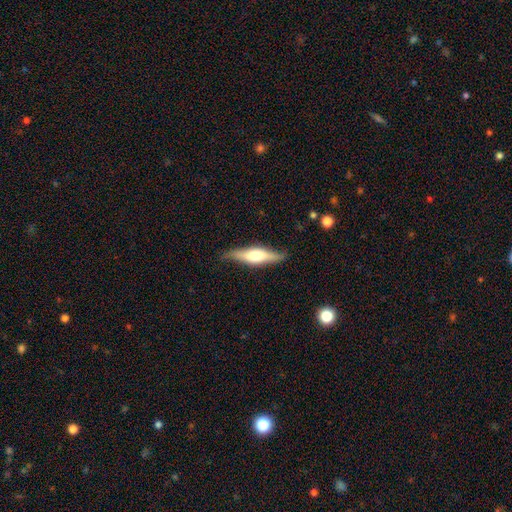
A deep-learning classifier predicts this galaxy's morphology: smooth-or-featured: featured or disk: 58% | smooth: 37% | star or artifact: 5%
  disk-edge-on: yes: 90% | no: 10%
    edge-on-bulge: rounded: 84% | boxy: 12% | none: 4%
  merging: none: 79% | minor disturbance: 16% | major disturbance: 3% | merger: 1%